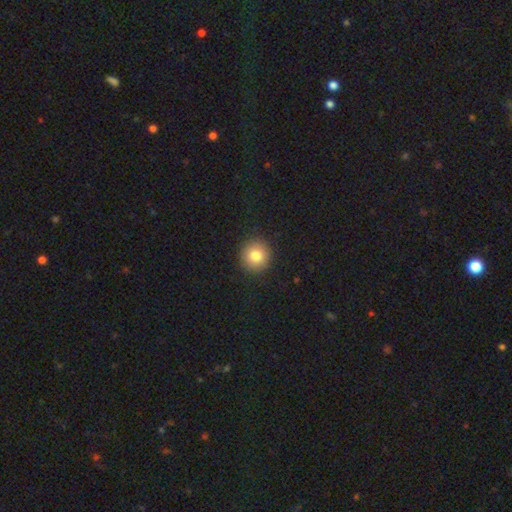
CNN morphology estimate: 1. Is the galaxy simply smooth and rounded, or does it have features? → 80% smooth, 11% star or artifact, 9% featured or disk.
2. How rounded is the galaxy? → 93% round, 6% in between, 1% cigar-shaped.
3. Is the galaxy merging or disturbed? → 92% none, 5% minor disturbance, 2% major disturbance, 1% merger.